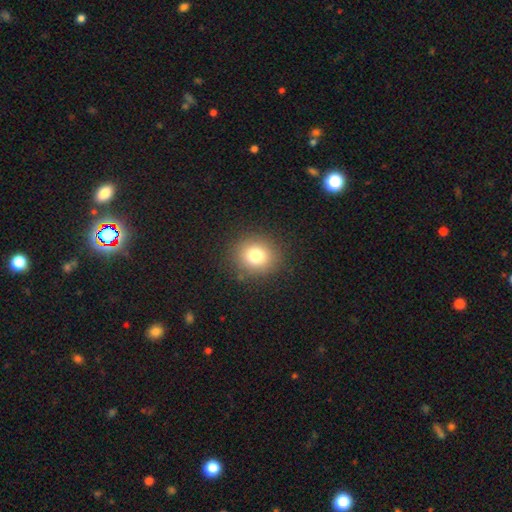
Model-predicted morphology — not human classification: Q: Smooth or featured?
A: smooth (78%); runner-up: star or artifact (13%)
Q: How rounded?
A: round (83%); runner-up: in between (16%)
Q: Merging?
A: none (88%); runner-up: minor disturbance (7%)